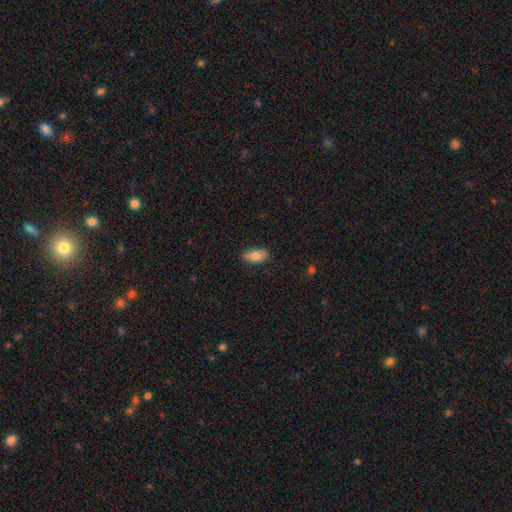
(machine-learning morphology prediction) Smooth or featured? Predicted: smooth (p=0.77). How rounded? Predicted: in between (p=0.90). Merging? Predicted: none (p=0.85).